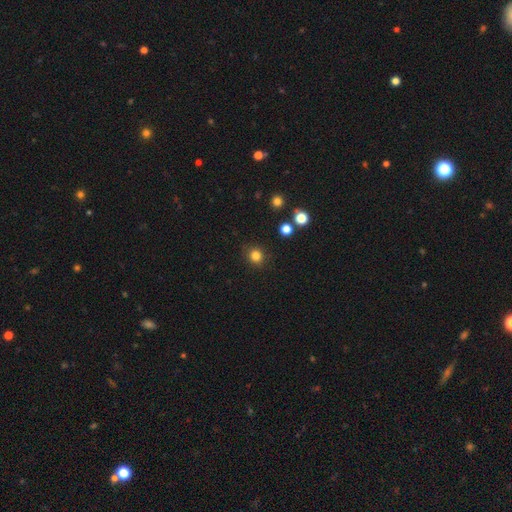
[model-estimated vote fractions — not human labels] smooth-or-featured: smooth: 83% | star or artifact: 13% | featured or disk: 4%
  how-rounded: round: 85% | in between: 14% | cigar-shaped: 1%
  merging: none: 88% | minor disturbance: 8% | major disturbance: 2% | merger: 2%